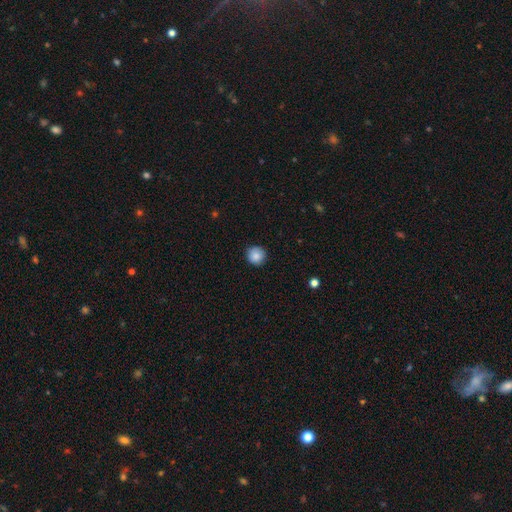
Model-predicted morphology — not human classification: smooth-or-featured: smooth: 87% | star or artifact: 9% | featured or disk: 4%
  how-rounded: round: 94% | in between: 5% | cigar-shaped: 1%
  merging: none: 90% | minor disturbance: 7% | major disturbance: 2% | merger: 1%